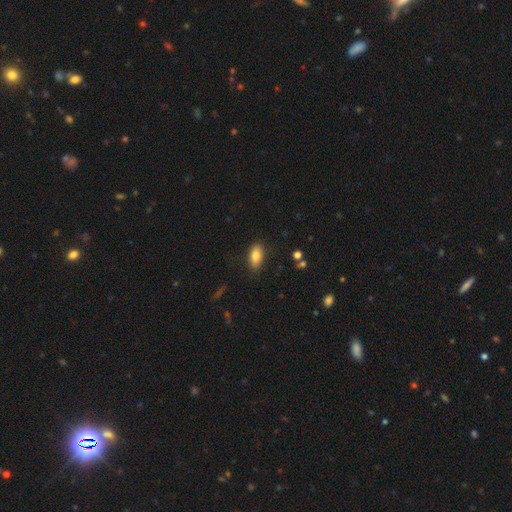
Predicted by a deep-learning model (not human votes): The model was most divided on "merging": none: 82%, minor disturbance: 13%, major disturbance: 3%, merger: 1%. More confident: how rounded — in between (89%); smooth or featured — smooth (82%).